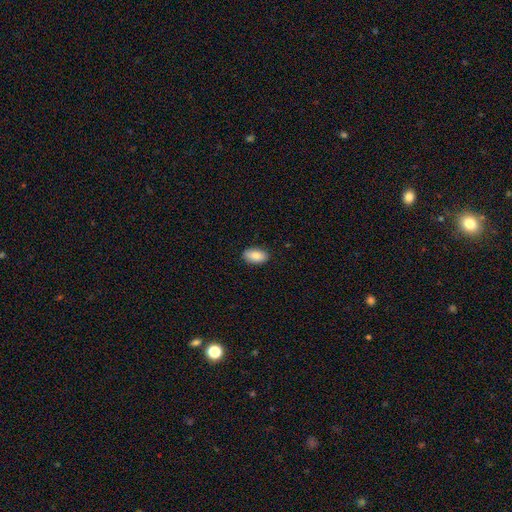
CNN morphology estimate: This is clearly a smooth galaxy (84%). How rounded: clearly in between (94%). Merging: clearly none (88%).